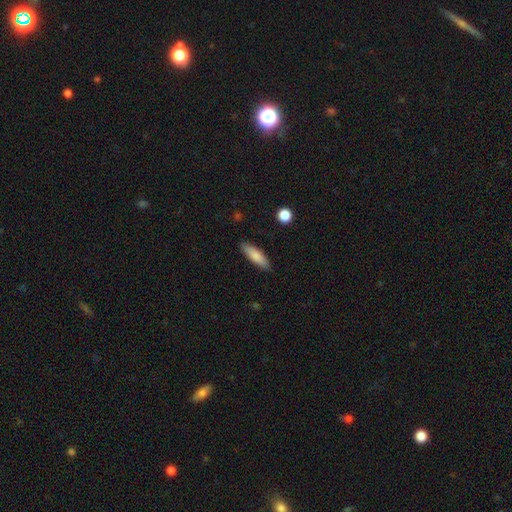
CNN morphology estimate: Smooth or featured? smooth (82%)
How rounded? cigar-shaped (54%)
Merging? none (87%)